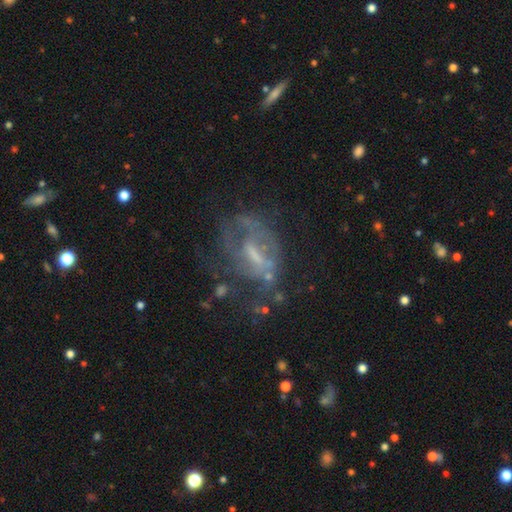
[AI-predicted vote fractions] Smooth or featured? Predicted: featured or disk (p=0.69). Edge-on disk? Predicted: no (p=0.95). Bar? Predicted: weak (p=0.46). Spiral arms? Predicted: yes (p=0.51). Bulge size? Predicted: small (p=0.35). Merging? Predicted: none (p=0.44).